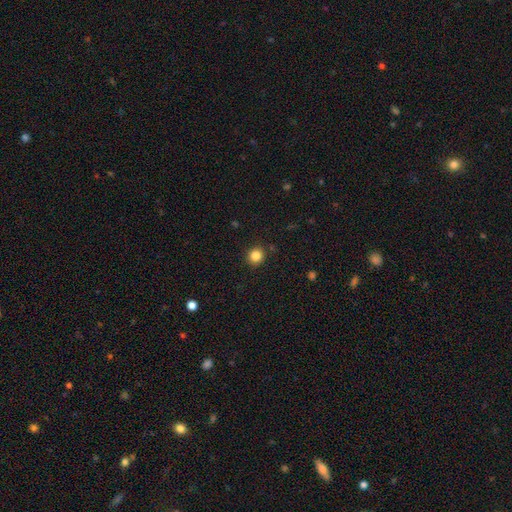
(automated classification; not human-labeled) smooth-or-featured: smooth: 85% | star or artifact: 11% | featured or disk: 4%
  how-rounded: round: 91% | in between: 8% | cigar-shaped: 1%
  merging: none: 90% | minor disturbance: 6% | major disturbance: 2% | merger: 1%